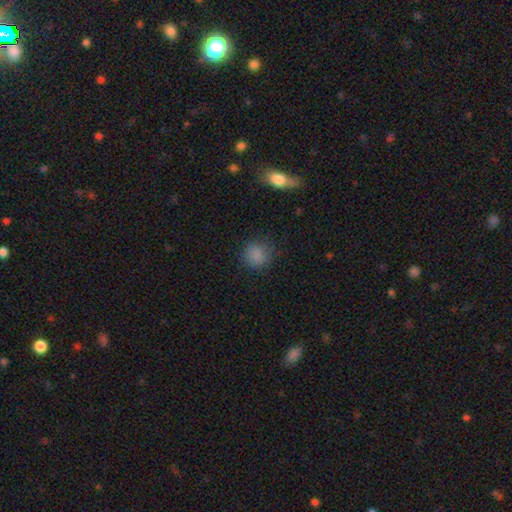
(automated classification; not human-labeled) Overall: smooth (83%). How rounded: round (87%). Merging: none (81%).